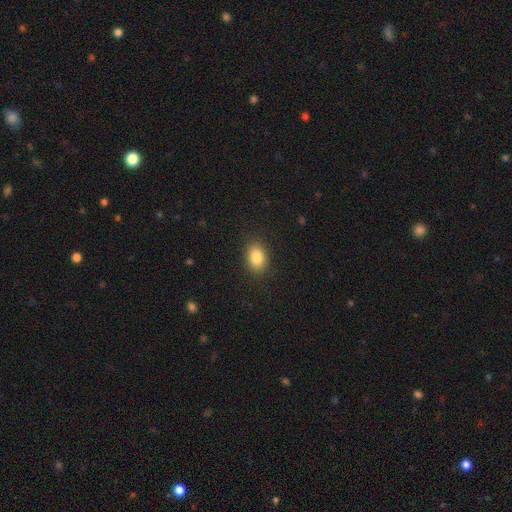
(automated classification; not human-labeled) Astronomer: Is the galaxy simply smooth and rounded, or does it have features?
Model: smooth — 86%.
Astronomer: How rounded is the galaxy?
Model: in between — 80%.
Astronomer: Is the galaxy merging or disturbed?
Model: none — 88%.